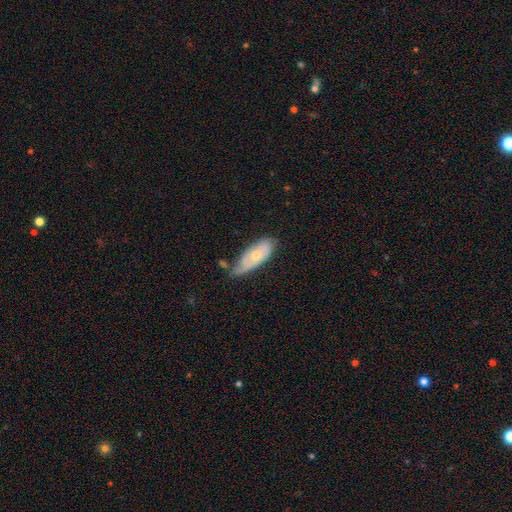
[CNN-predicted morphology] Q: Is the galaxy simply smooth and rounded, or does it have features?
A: smooth — 51%.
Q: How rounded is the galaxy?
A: in between — 79%.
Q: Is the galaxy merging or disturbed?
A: none — 46%.